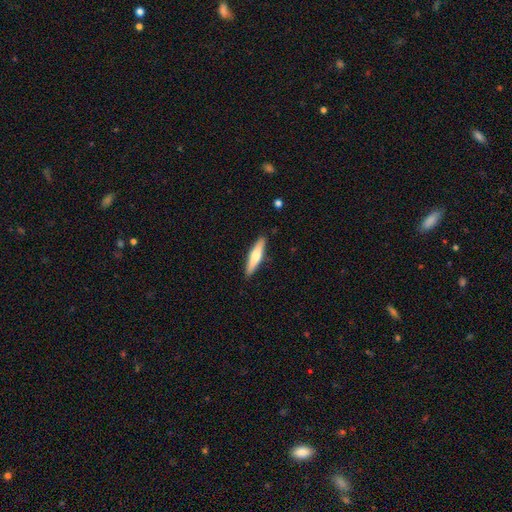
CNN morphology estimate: Smooth or featured? smooth (60%)
How rounded? cigar-shaped (81%)
Merging? none (89%)